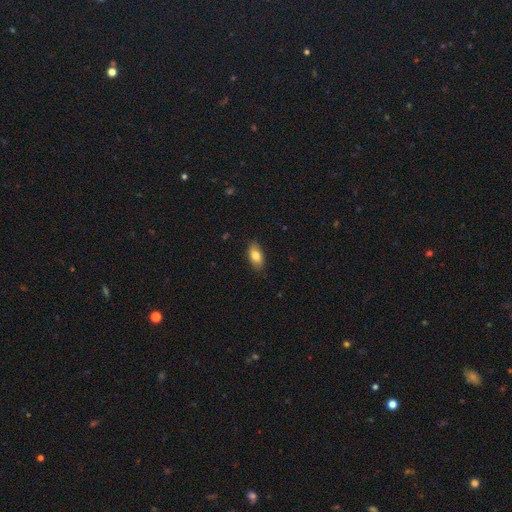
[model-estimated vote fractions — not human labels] This appears to be a smooth galaxy with no disk features (80%) that is in between round and cigar-shaped (90%). Merging: none (86%).